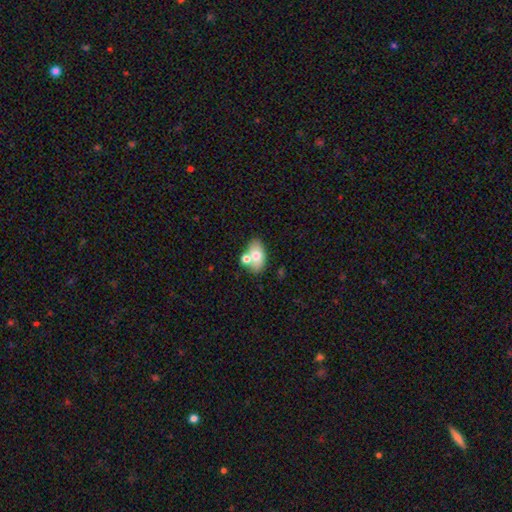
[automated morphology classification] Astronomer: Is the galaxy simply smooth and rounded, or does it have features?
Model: smooth — 67%.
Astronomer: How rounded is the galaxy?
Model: in between — 86%.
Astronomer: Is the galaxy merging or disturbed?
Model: none — 55%.